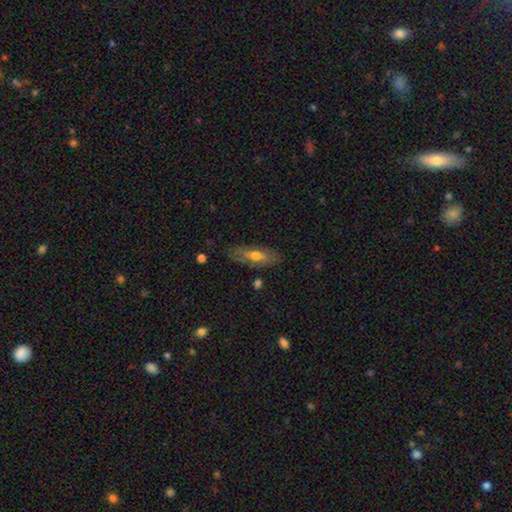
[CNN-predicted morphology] Overall: smooth (48%; featured or disk 46%). Merging: none (76%).